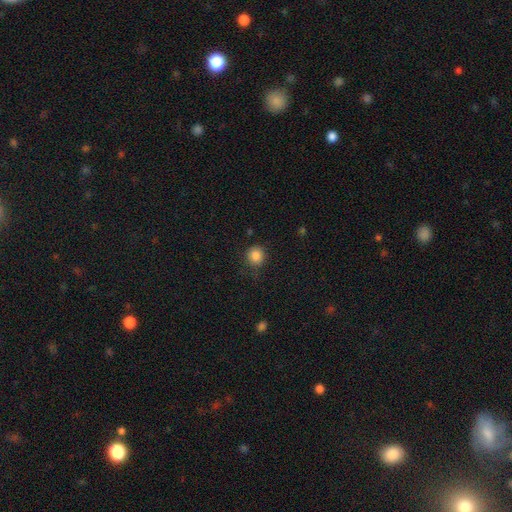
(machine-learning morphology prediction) smooth-or-featured: smooth: 85% | star or artifact: 11% | featured or disk: 5%
  how-rounded: round: 90% | in between: 10% | cigar-shaped: 1%
  merging: none: 83% | minor disturbance: 13% | major disturbance: 4% | merger: 1%